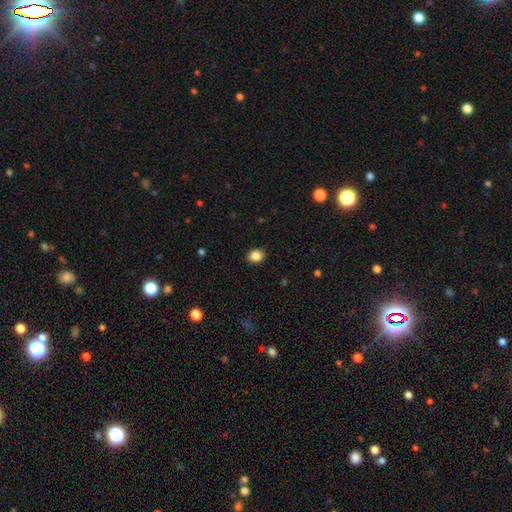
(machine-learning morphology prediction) This appears to be a smooth galaxy with no disk features (86%) that is round (66%). Merging: none (90%).